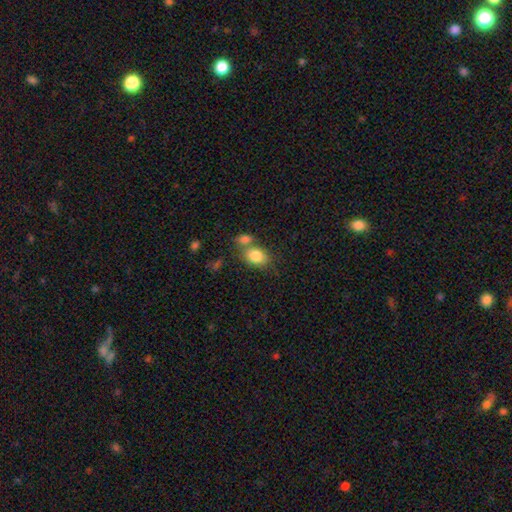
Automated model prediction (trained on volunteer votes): Smooth or featured? smooth (84%)
How rounded? in between (70%)
Merging? none (50%)